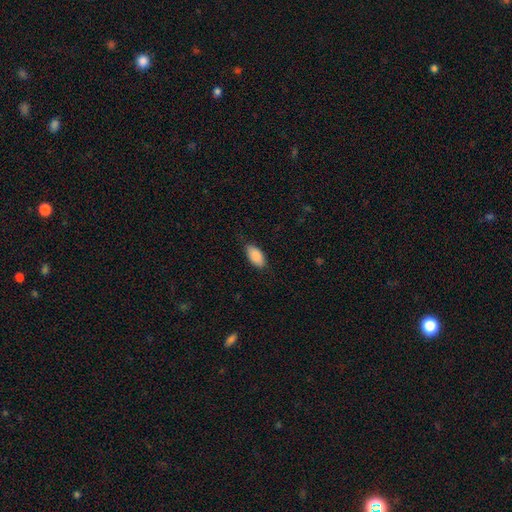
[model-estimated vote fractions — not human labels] Overall: smooth (89%). How rounded: in between (93%). Merging: none (80%).